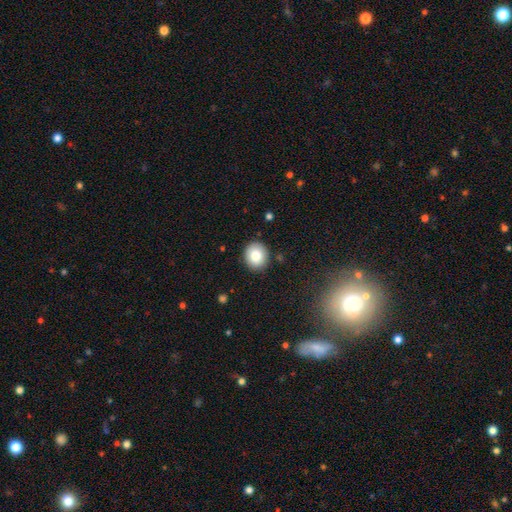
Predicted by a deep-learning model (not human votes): Smooth or featured: smooth — 84% (star or artifact — 9%)
How rounded: round — 77% (in between — 22%)
Merging: none — 89% (minor disturbance — 8%)